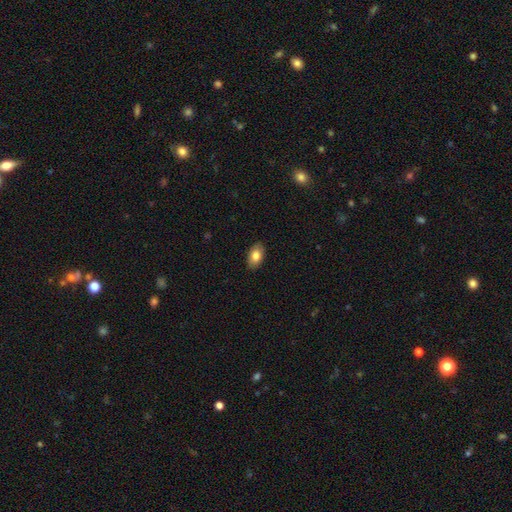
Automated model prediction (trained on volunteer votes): Smooth or featured?
  - smooth: 81% *
  - featured or disk: 12%
  - star or artifact: 7%
How rounded?
  - in between: 92% *
  - round: 6%
  - cigar-shaped: 2%
Merging?
  - none: 88% *
  - minor disturbance: 10%
  - major disturbance: 2%
  - merger: 1%